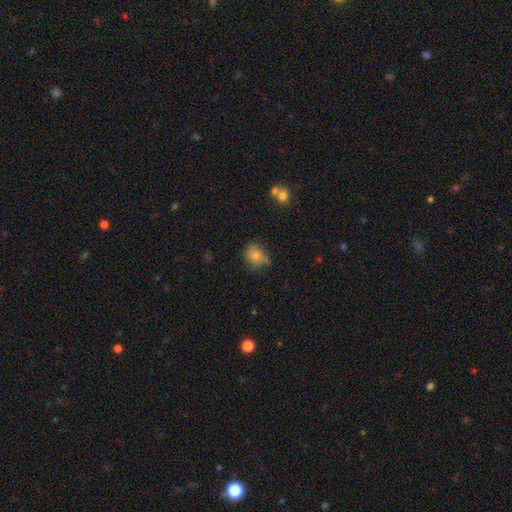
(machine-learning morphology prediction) A smooth galaxy with no disk features (72%) that is round (56%).

Vote fractions:
- Smooth or featured? smooth: 72% / featured or disk: 17% / star or artifact: 11%
- How rounded? round: 56% / in between: 43% / cigar-shaped: 1%
- Merging? none: 51% / minor disturbance: 34% / major disturbance: 12% / merger: 3%